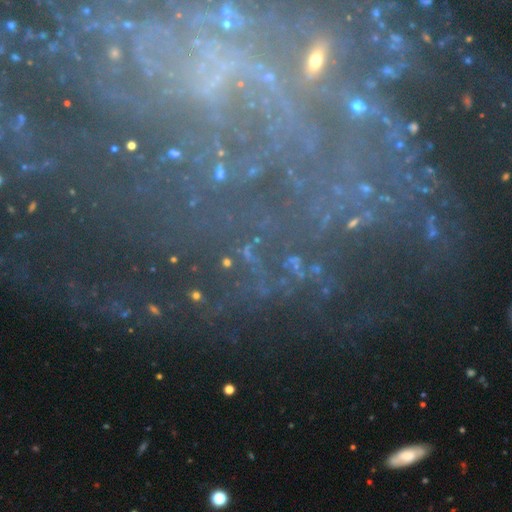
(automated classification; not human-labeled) Morphology: type=featured or disk (65%); edge-on=no (95%); bar=no (54%); spiral arms=yes (88%); winding=tight (66%); arm count=can't tell (31%); bulge=small (57%); merging=none (64%).